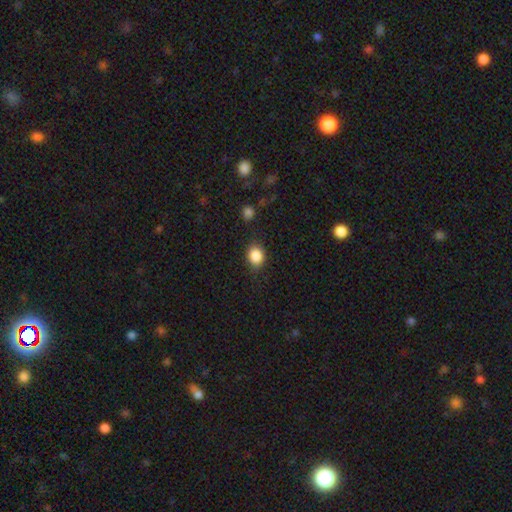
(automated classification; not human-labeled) Smooth or featured? Predicted: smooth (p=0.86). How rounded? Predicted: round (p=0.54). Merging? Predicted: none (p=0.82).